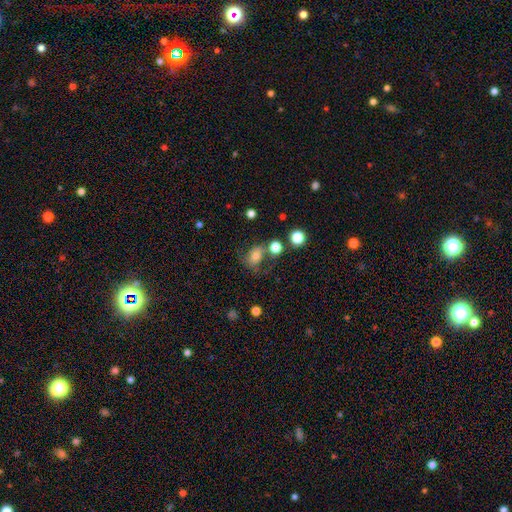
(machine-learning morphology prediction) smooth_or_featured: smooth (p=0.70) [alt: featured or disk p=0.16]
how_rounded: in between (p=0.51) [alt: round p=0.47]
merging: none (p=0.50) [alt: minor disturbance p=0.20]